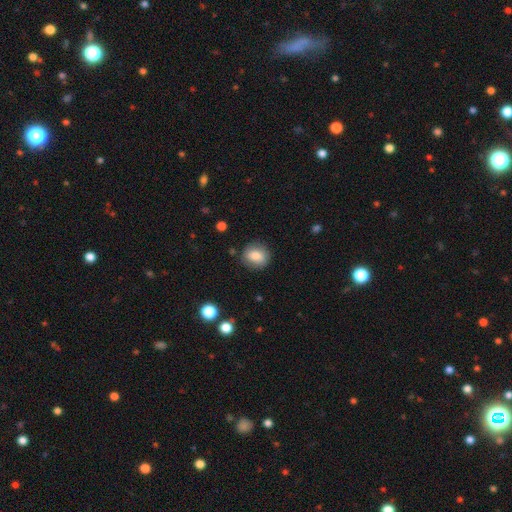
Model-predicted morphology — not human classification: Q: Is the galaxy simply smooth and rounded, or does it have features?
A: smooth — 78%.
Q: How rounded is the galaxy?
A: round — 74%.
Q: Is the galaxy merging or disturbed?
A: none — 82%.